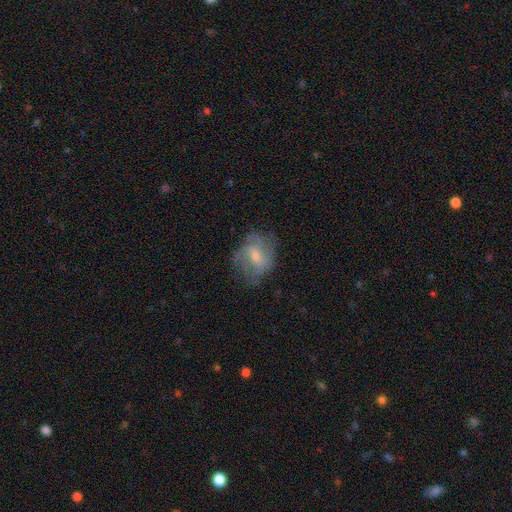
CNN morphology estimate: Smooth or featured? Predicted: featured or disk (p=0.64). Edge-on disk? Predicted: no (p=0.97). Bar? Predicted: weak (p=0.47). Spiral arms? Predicted: yes (p=0.79). Bulge size? Predicted: small (p=0.52). Merging? Predicted: none (p=0.63).